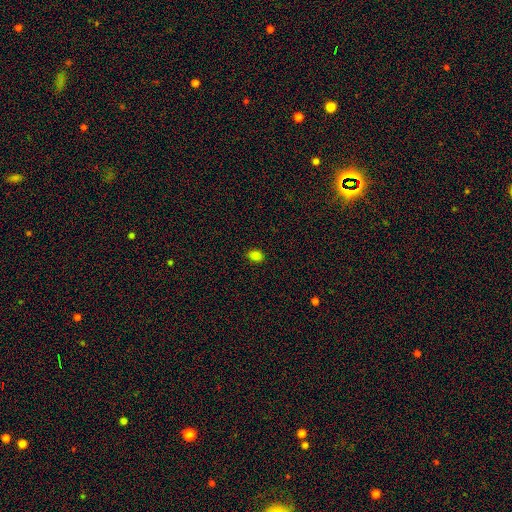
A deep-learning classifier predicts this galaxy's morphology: Smooth or featured: smooth — 83% (star or artifact — 13%)
How rounded: in between — 63% (round — 35%)
Merging: none — 86% (minor disturbance — 11%)